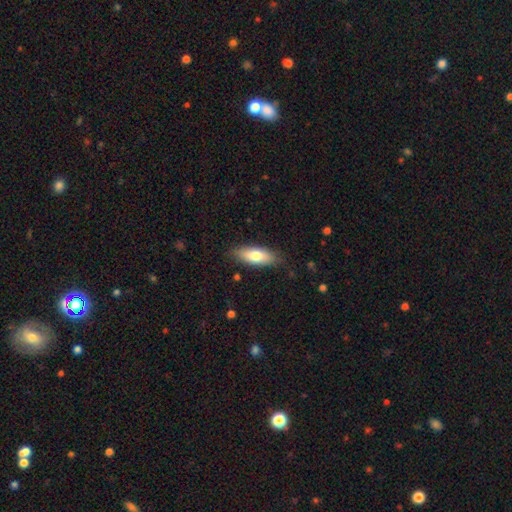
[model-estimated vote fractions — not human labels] Smooth or featured? Predicted: smooth (p=0.74). How rounded? Predicted: in between (p=0.73). Merging? Predicted: none (p=0.84).